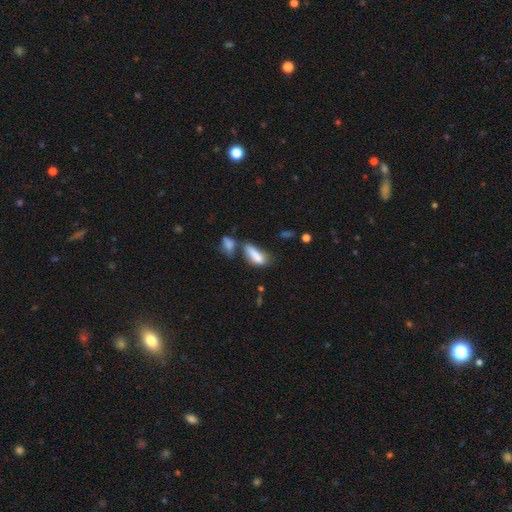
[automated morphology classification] smooth_or_featured: smooth (p=0.79) [alt: featured or disk p=0.12]
how_rounded: in between (p=0.70) [alt: cigar-shaped p=0.27]
merging: merger (p=0.39) [alt: none p=0.30]